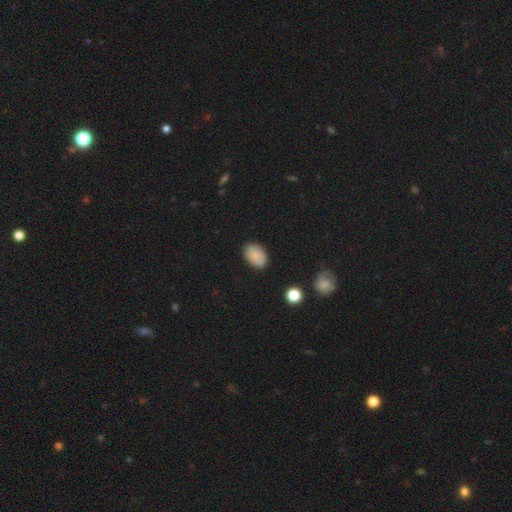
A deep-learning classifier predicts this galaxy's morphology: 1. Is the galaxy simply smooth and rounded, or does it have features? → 87% smooth, 8% star or artifact, 5% featured or disk.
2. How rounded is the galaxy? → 88% in between, 11% round, 1% cigar-shaped.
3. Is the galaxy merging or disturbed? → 86% none, 10% minor disturbance, 2% major disturbance, 1% merger.